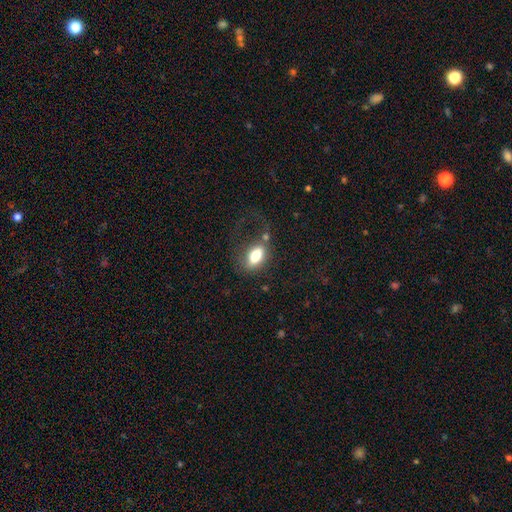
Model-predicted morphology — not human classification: smooth_or_featured: smooth (p=0.76) [alt: featured or disk p=0.16]
how_rounded: in between (p=0.88) [alt: round p=0.08]
merging: none (p=0.47) [alt: major disturbance p=0.24]